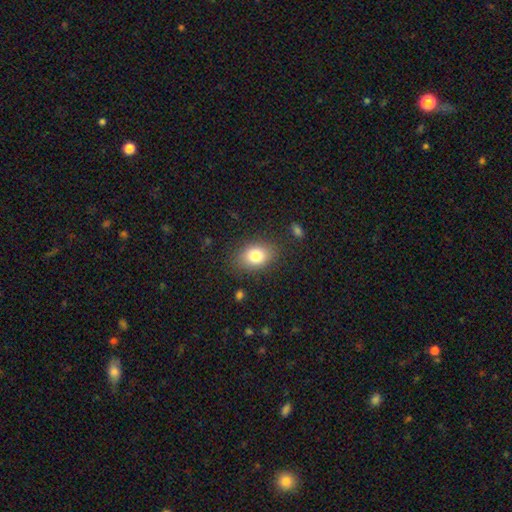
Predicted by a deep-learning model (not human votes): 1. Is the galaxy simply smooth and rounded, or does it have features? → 80% smooth, 11% featured or disk, 10% star or artifact.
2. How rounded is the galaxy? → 74% in between, 25% round, 1% cigar-shaped.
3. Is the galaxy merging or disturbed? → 83% none, 11% minor disturbance, 4% major disturbance, 1% merger.